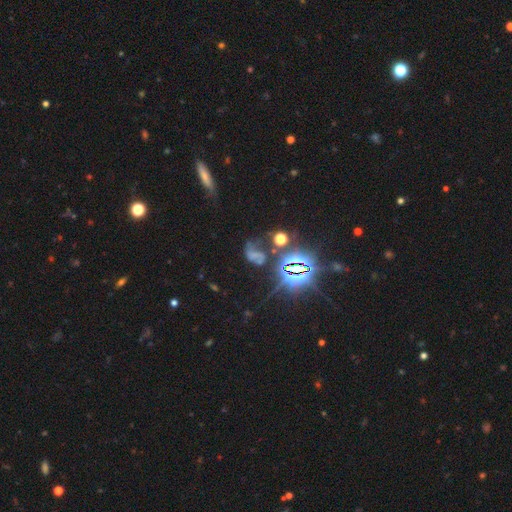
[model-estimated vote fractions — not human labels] A star or artifact, not a galaxy (40%).